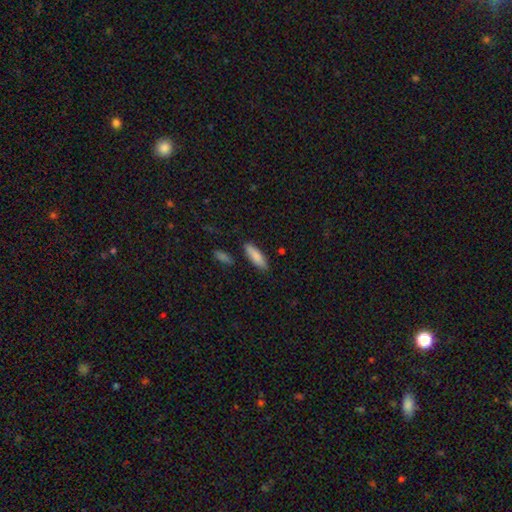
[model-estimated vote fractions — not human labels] The model was most divided on "how rounded": cigar-shaped: 50%, in between: 49%, round: 2%. More confident: merging — none (86%); smooth or featured — smooth (85%).